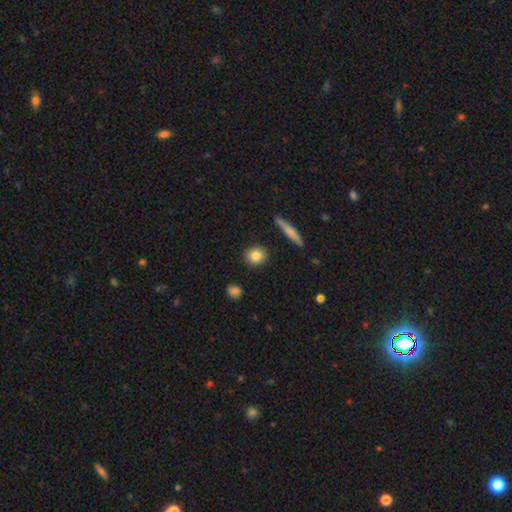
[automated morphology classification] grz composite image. It shows a smooth galaxy with no disk features (84%) that is round (77%). Merging: none (90%).